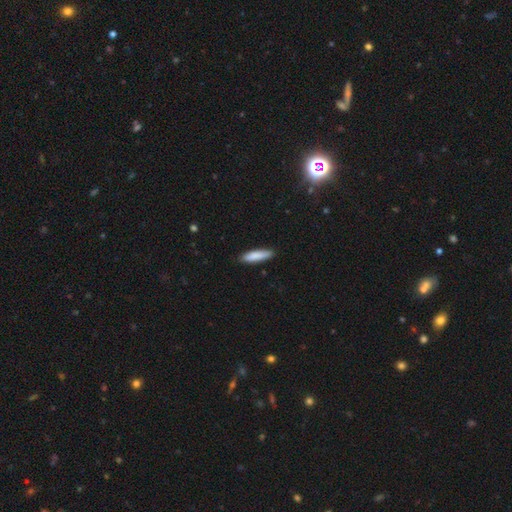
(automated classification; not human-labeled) Overall: smooth (86%). How rounded: cigar-shaped (72%). Merging: none (87%).